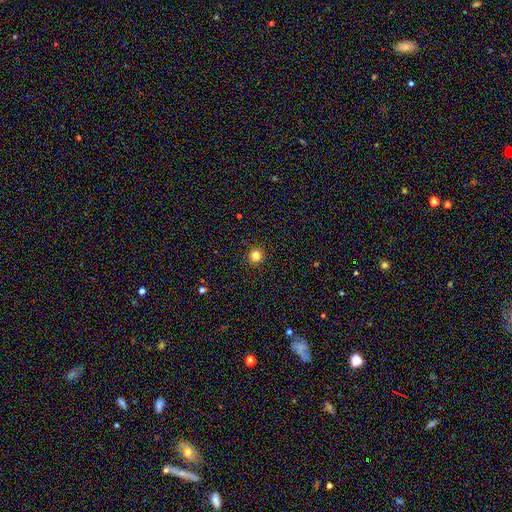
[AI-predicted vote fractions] Smooth or featured? Predicted: smooth (p=0.82). How rounded? Predicted: round (p=0.95). Merging? Predicted: none (p=0.93).